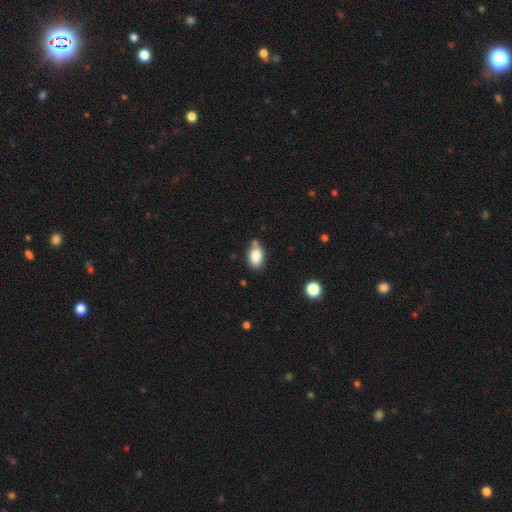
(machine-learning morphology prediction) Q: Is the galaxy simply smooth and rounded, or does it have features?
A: smooth — 84%.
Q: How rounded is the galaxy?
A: in between — 87%.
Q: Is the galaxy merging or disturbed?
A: none — 60%.